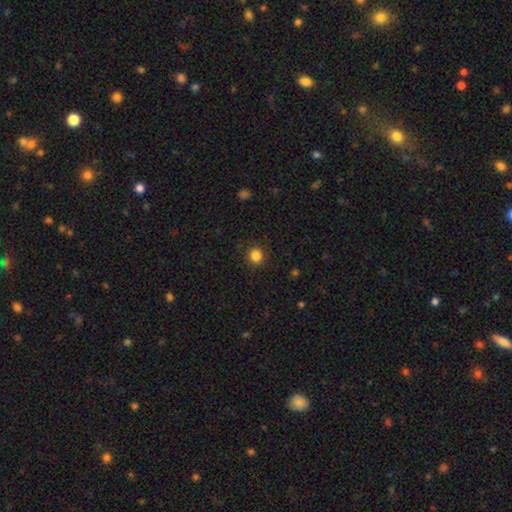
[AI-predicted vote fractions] Smooth or featured: smooth — 85% (star or artifact — 12%)
How rounded: round — 91% (in between — 8%)
Merging: none — 90% (minor disturbance — 7%)